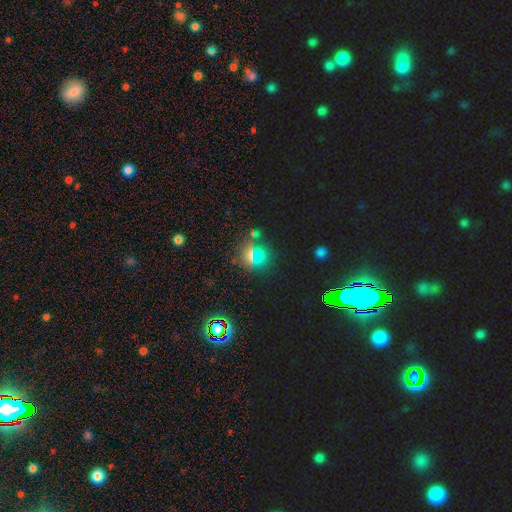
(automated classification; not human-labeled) Smooth or featured: smooth — 46% (star or artifact — 45%)
Merging: none — 74% (minor disturbance — 12%)